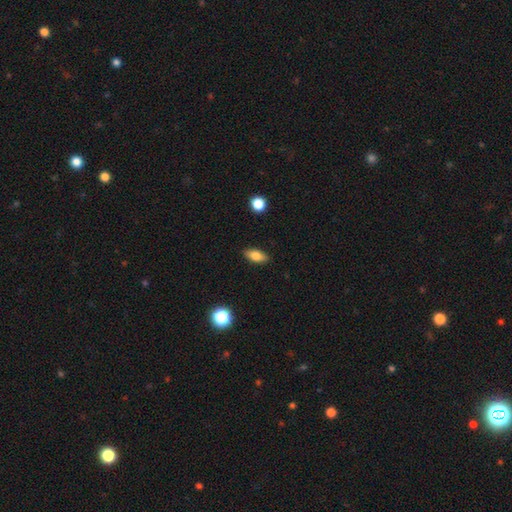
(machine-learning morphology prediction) Smooth or featured? Predicted: smooth (p=0.80). How rounded? Predicted: in between (p=0.87). Merging? Predicted: none (p=0.89).